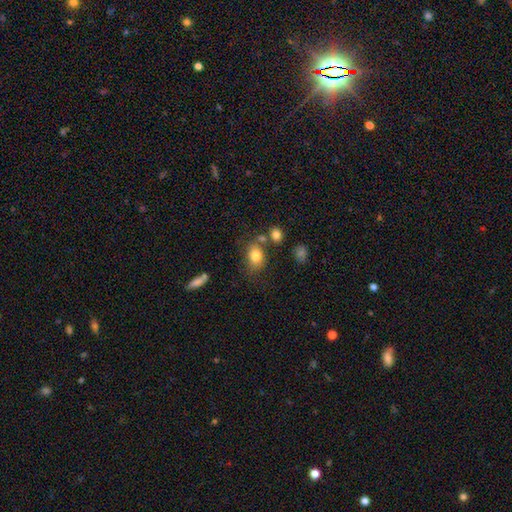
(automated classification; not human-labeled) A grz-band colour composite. It shows a smooth galaxy with no disk features (80%) that is in between round and cigar-shaped (71%). Merging: none (63%).